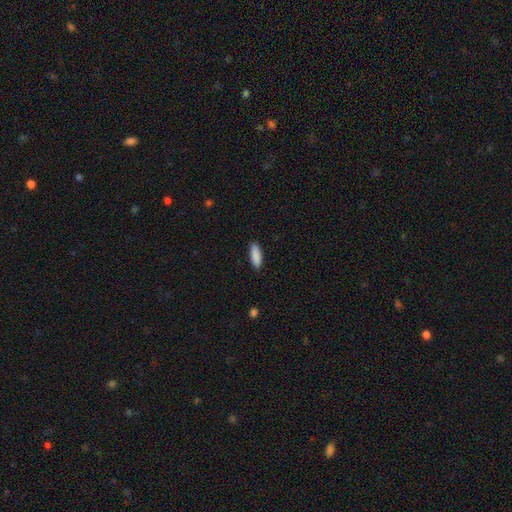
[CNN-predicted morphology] Smooth or featured: smooth — 90% (star or artifact — 6%)
How rounded: in between — 57% (cigar-shaped — 41%)
Merging: none — 90% (minor disturbance — 8%)